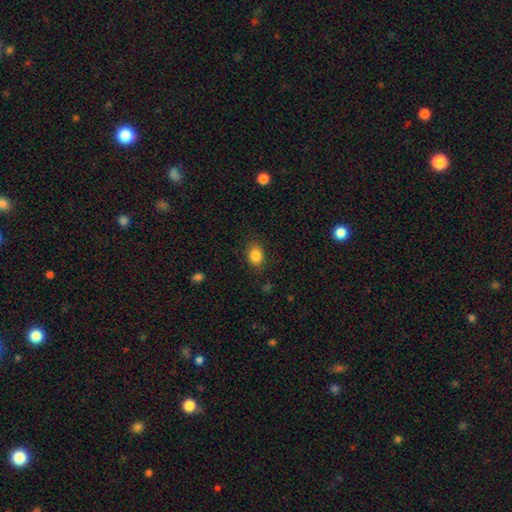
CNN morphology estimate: This is clearly a smooth galaxy (85%). How rounded: possibly in between (59%). Merging: clearly none (85%).